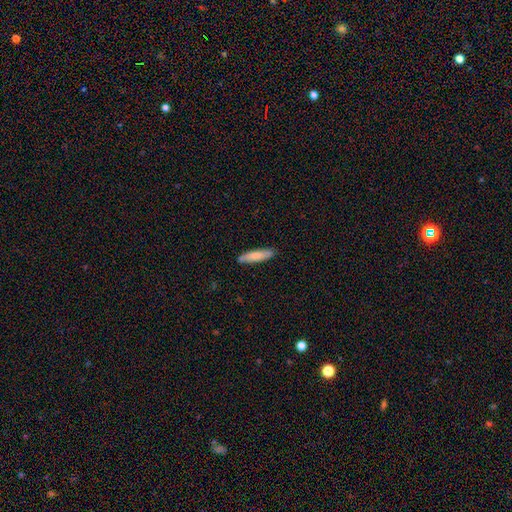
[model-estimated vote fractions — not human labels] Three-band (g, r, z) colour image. It shows a smooth galaxy with no disk features (79%) that is cigar-shaped (78%). Merging: none (87%).